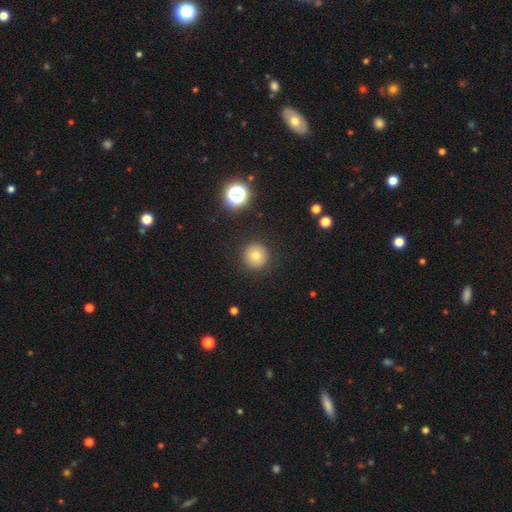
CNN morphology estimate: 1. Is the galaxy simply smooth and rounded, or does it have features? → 75% smooth, 14% star or artifact, 12% featured or disk.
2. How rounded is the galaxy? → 96% round, 3% in between, 1% cigar-shaped.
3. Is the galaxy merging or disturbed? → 91% none, 6% minor disturbance, 2% major disturbance, 1% merger.